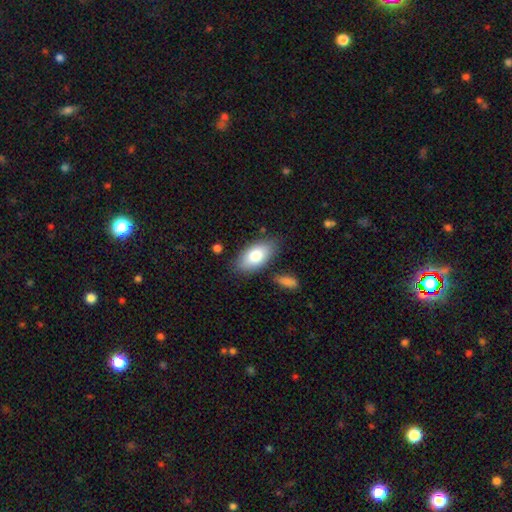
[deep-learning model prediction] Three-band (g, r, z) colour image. It shows a smooth galaxy with no disk features (78%) that is in between round and cigar-shaped (93%). Merging: none (79%).